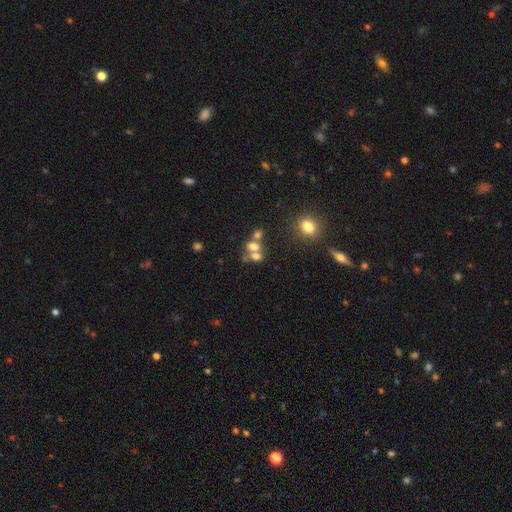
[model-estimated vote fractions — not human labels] Smooth or featured: smooth — 62% (featured or disk — 22%)
How rounded: in between — 59% (round — 38%)
Merging: merger — 57% (none — 28%)